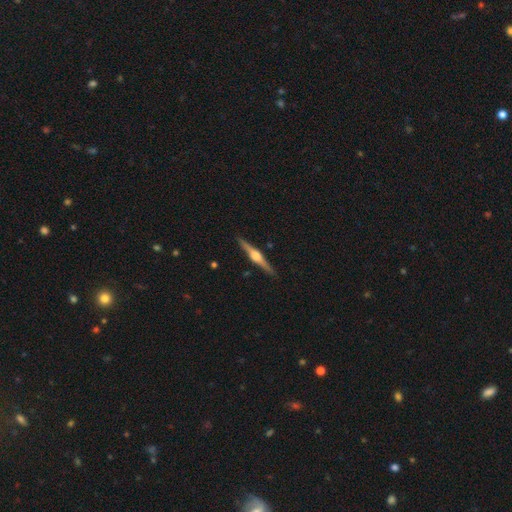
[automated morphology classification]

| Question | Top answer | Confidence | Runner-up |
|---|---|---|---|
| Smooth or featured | featured or disk | 81% | smooth (14%) |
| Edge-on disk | yes | 98% | no (2%) |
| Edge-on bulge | rounded | 90% | boxy (7%) |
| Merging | none | 91% | minor disturbance (6%) |